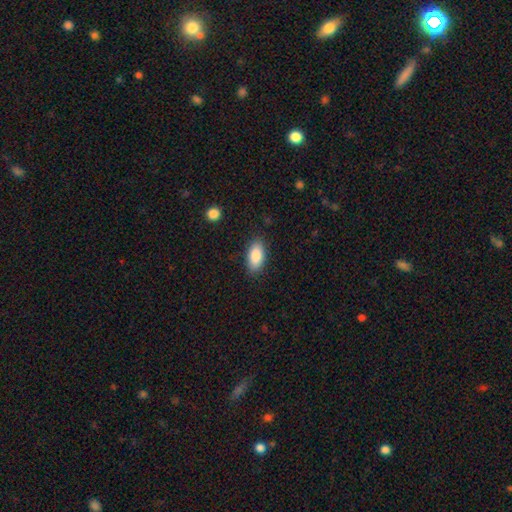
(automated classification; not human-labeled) This is clearly a smooth galaxy (86%). How rounded: clearly in between (91%). Merging: clearly none (86%).